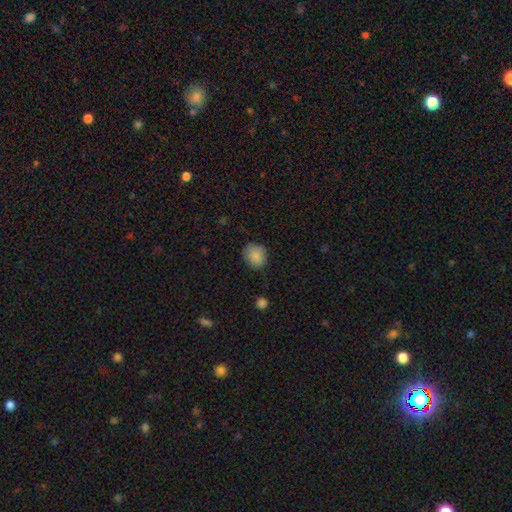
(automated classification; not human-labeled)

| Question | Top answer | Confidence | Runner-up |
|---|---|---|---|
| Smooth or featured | smooth | 86% | star or artifact (8%) |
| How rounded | round | 65% | in between (34%) |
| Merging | none | 76% | minor disturbance (18%) |